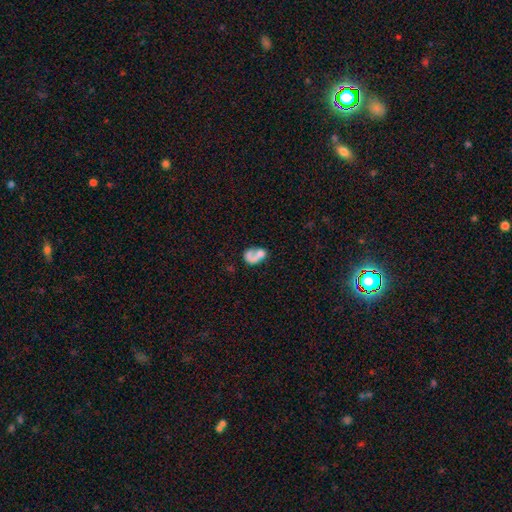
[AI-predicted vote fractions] smooth-or-featured: smooth: 48% | featured or disk: 41% | star or artifact: 11%
  merging: merger: 35% | none: 27% | major disturbance: 24% | minor disturbance: 13%